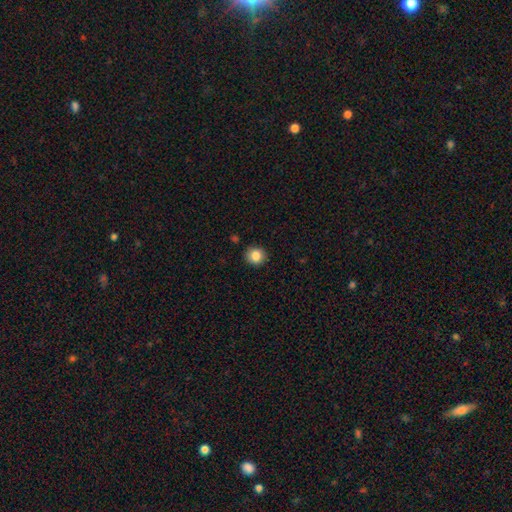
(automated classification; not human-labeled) This appears to be a smooth galaxy with no disk features (86%) that is round (89%). Merging: none (90%).